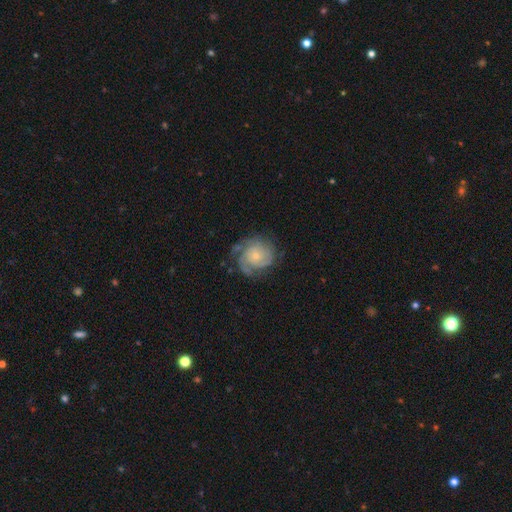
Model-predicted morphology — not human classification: Smooth or featured? Predicted: featured or disk (p=0.81). Edge-on disk? Predicted: no (p=0.98). Bar? Predicted: no (p=0.80). Spiral arms? Predicted: yes (p=0.96). Spiral winding? Predicted: tight (p=0.66). Spiral arm count? Predicted: 3 (p=0.31). Bulge size? Predicted: small (p=0.73). Merging? Predicted: none (p=0.67).